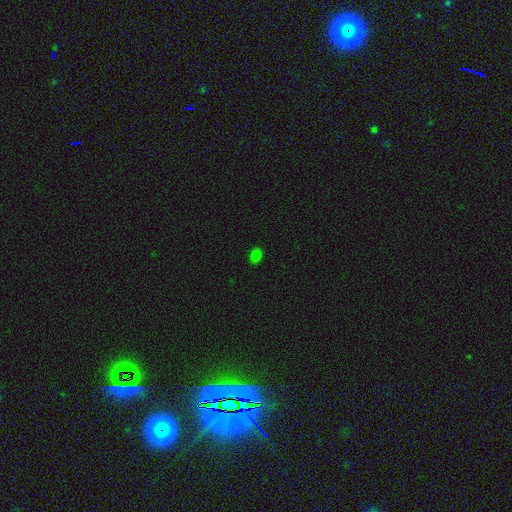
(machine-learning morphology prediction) The model was most divided on "how rounded": in between: 71%, round: 28%, cigar-shaped: 1%. More confident: merging — none (89%); smooth or featured — smooth (79%).